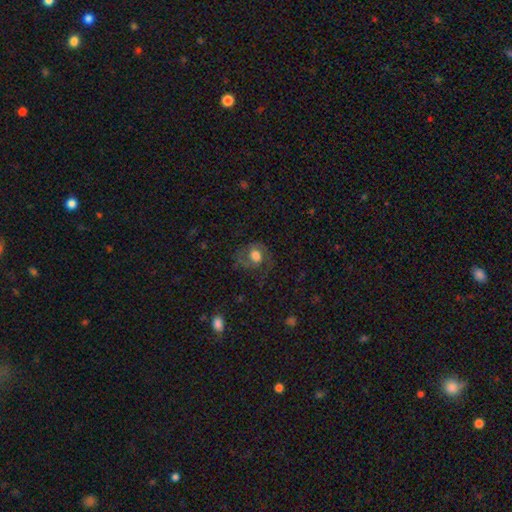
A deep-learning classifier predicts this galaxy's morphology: A featured or disk galaxy (51%). Merging: none (58%).